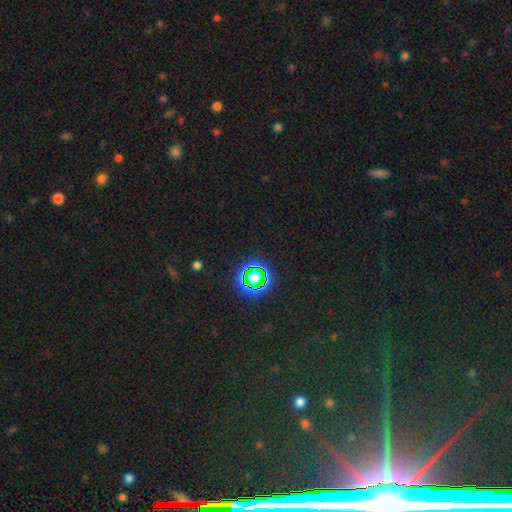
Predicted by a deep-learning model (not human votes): The model was most divided on "smooth or featured": star or artifact: 74%, smooth: 14%, featured or disk: 12%.